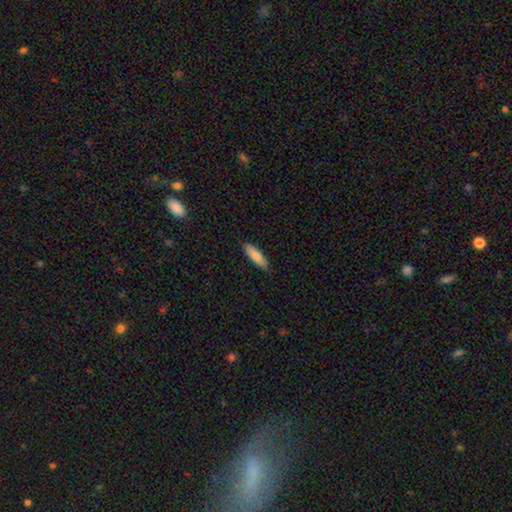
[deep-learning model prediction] smooth 85%, featured or disk 10%, star or artifact 6%. Down the decision tree: how rounded — cigar-shaped (57%); merging — none (88%).